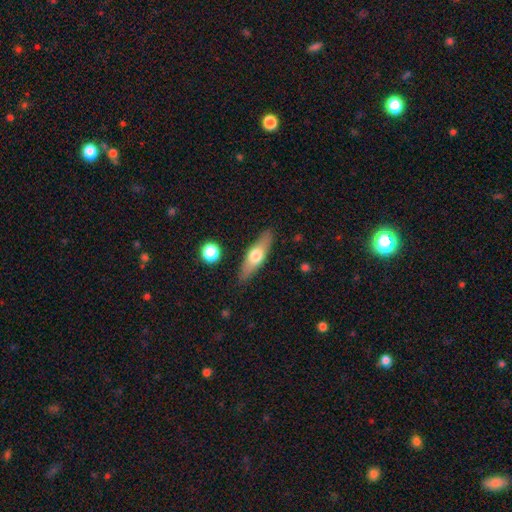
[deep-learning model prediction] smooth_or_featured: smooth (p=0.51) [alt: featured or disk p=0.43]
how_rounded: cigar-shaped (p=0.56) [alt: in between p=0.41]
merging: none (p=0.86) [alt: minor disturbance p=0.10]